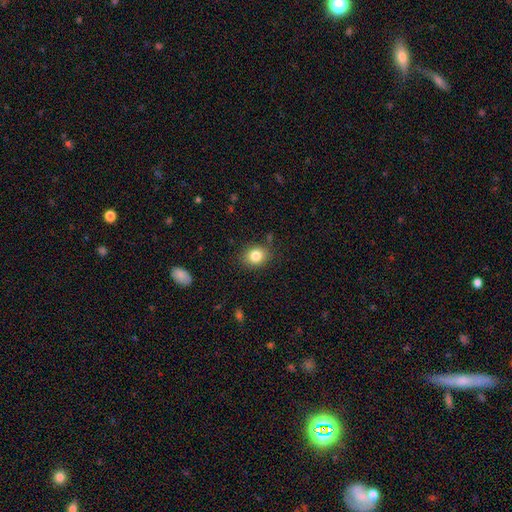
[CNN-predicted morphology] Q: Smooth or featured?
A: smooth (83%); runner-up: star or artifact (10%)
Q: How rounded?
A: round (55%); runner-up: in between (44%)
Q: Merging?
A: none (84%); runner-up: minor disturbance (11%)